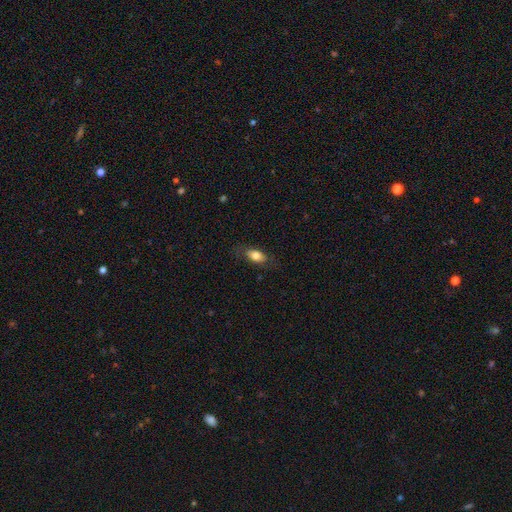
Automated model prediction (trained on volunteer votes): Q: Smooth or featured?
A: smooth (77%); runner-up: featured or disk (16%)
Q: How rounded?
A: in between (85%); runner-up: cigar-shaped (8%)
Q: Merging?
A: none (78%); runner-up: minor disturbance (16%)